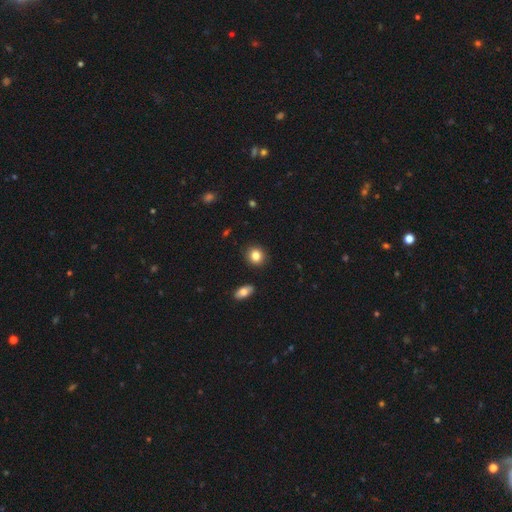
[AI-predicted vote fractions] This is clearly a smooth galaxy (84%). How rounded: likely round (75%). Merging: clearly none (88%).